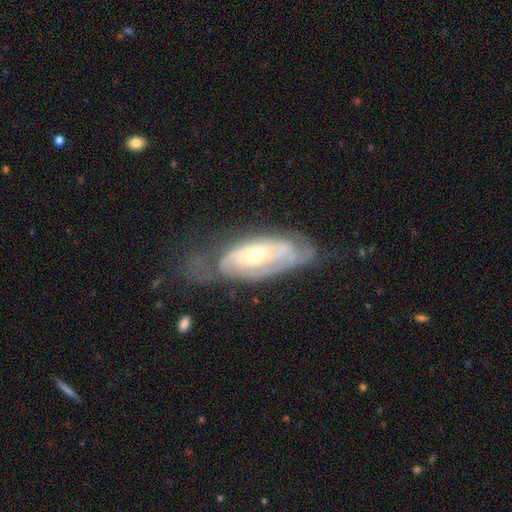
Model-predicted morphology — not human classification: smooth_or_featured: featured or disk (p=0.77) [alt: smooth p=0.17]
disk_edge_on: no (p=0.89) [alt: yes p=0.11]
bar: no (p=0.68) [alt: weak p=0.23]
has_spiral_arms: yes (p=0.79) [alt: no p=0.21]
spiral_winding: tight (p=0.66) [alt: medium p=0.25]
spiral_arm_count: can't tell (p=0.51) [alt: 2 p=0.30]
bulge_size: small (p=0.54) [alt: moderate p=0.41]
merging: none (p=0.52) [alt: minor disturbance p=0.27]